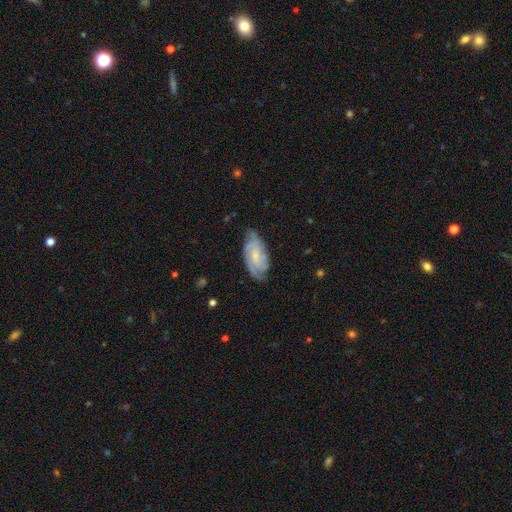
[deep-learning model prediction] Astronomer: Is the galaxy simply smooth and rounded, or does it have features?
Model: featured or disk — 77%.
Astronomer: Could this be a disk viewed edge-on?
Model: no — 95%.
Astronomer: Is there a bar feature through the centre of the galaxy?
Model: no — 58% (runner-up: weak, 35%).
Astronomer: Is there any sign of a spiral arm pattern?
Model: yes — 95%.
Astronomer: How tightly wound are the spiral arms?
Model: tight — 56% (runner-up: medium, 36%).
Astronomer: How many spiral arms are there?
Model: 3 — 29% (runner-up: can't tell, 28%).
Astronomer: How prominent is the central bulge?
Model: small — 60%.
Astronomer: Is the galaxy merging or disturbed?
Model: none — 73%.